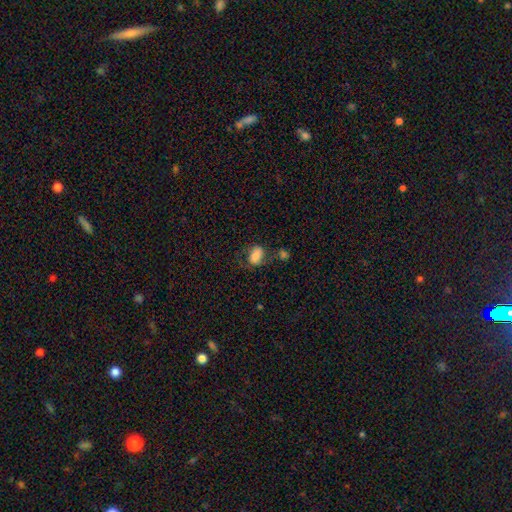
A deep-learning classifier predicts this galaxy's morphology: Smooth or featured?
  - smooth: 72% *
  - featured or disk: 19%
  - star or artifact: 9%
How rounded?
  - in between: 81% *
  - round: 17%
  - cigar-shaped: 2%
Merging?
  - none: 48% *
  - minor disturbance: 24%
  - major disturbance: 17%
  - merger: 10%